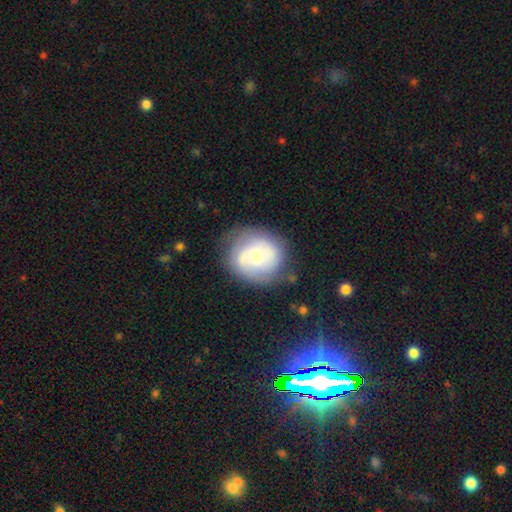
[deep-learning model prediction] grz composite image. It shows a featured or disk galaxy (51%). Merging: none (71%).